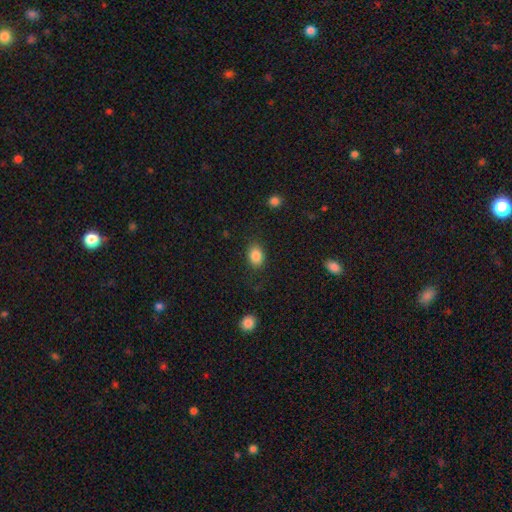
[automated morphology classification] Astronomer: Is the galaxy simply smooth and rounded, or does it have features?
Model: smooth — 86%.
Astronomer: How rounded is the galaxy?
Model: in between — 70%.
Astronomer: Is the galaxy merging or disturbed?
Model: none — 82%.